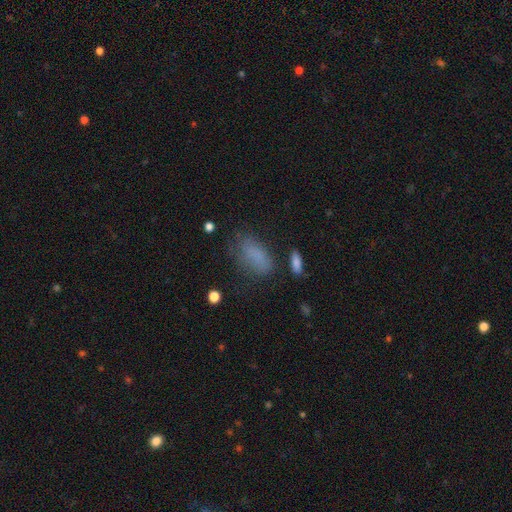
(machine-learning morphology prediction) Overall: smooth (76%). How rounded: in between (88%). Merging: none (55%; minor disturbance 25%).